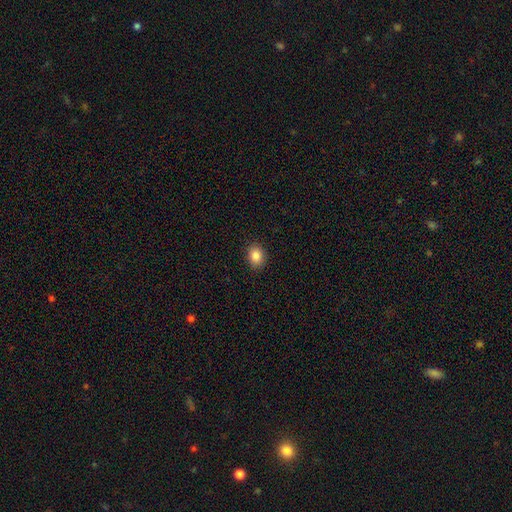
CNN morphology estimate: This appears to be a smooth galaxy with no disk features (85%) that is in between round and cigar-shaped (60%). Merging: none (89%).